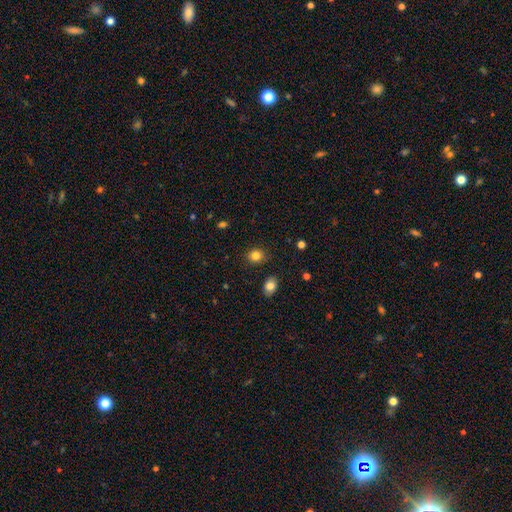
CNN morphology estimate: smooth-or-featured: smooth: 83% | star or artifact: 11% | featured or disk: 6%
  how-rounded: round: 63% | in between: 36% | cigar-shaped: 1%
  merging: none: 86% | minor disturbance: 9% | major disturbance: 2% | merger: 2%